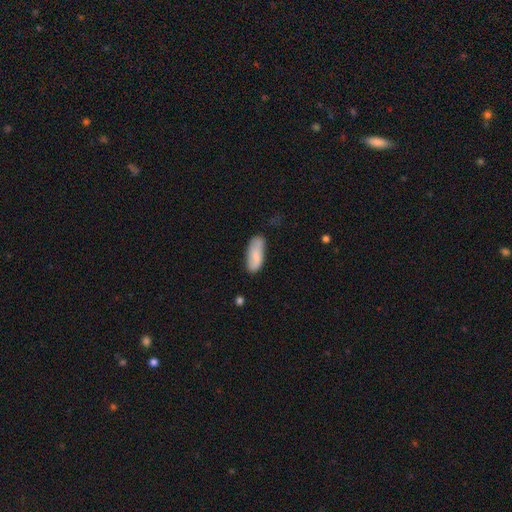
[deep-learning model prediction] Smooth or featured: smooth — 75% (featured or disk — 19%)
How rounded: in between — 77% (cigar-shaped — 21%)
Merging: none — 70% (minor disturbance — 23%)